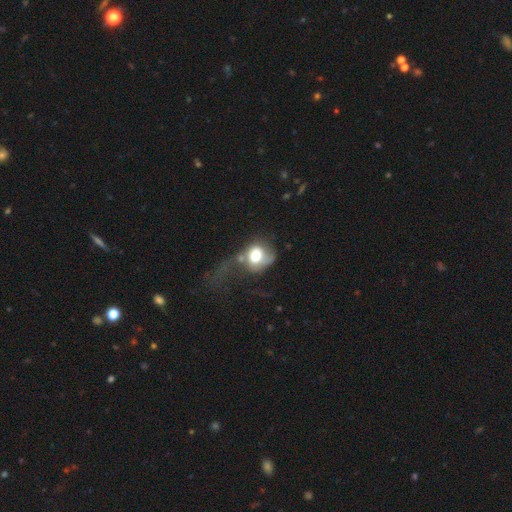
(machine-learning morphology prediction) Q: Smooth or featured?
A: smooth (60%); runner-up: featured or disk (32%)
Q: How rounded?
A: round (62%); runner-up: in between (36%)
Q: Merging?
A: major disturbance (52%); runner-up: none (19%)